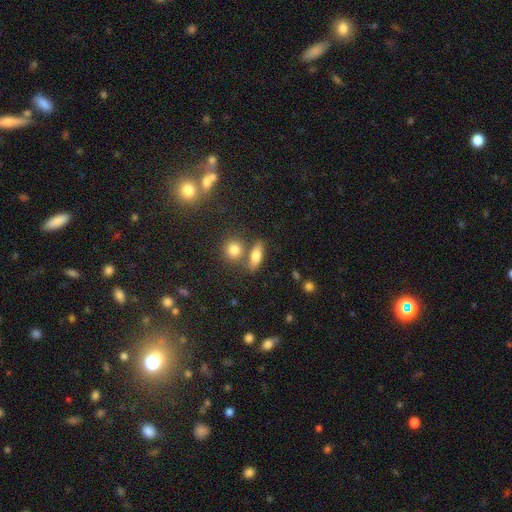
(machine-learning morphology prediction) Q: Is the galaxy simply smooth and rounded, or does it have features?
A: smooth — 73%.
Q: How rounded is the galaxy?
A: in between — 64%.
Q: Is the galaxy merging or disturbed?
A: none — 64%.